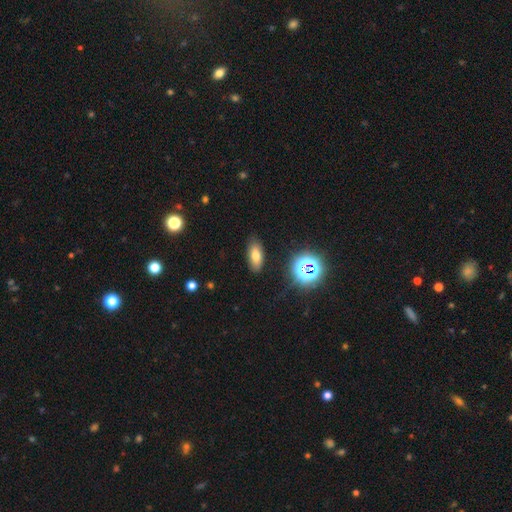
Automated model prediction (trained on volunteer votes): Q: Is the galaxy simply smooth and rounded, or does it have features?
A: smooth — 70%.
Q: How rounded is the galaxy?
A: in between — 82%.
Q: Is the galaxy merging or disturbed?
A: none — 86%.